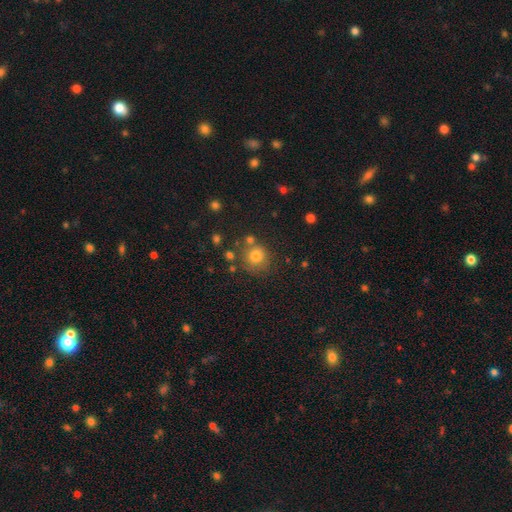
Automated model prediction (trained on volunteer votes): A smooth galaxy with no disk features (78%) that is round (91%).

Vote fractions:
- Smooth or featured? smooth: 78% / star or artifact: 14% / featured or disk: 8%
- How rounded? round: 91% / in between: 9% / cigar-shaped: 1%
- Merging? none: 72% / minor disturbance: 12% / merger: 11% / major disturbance: 5%